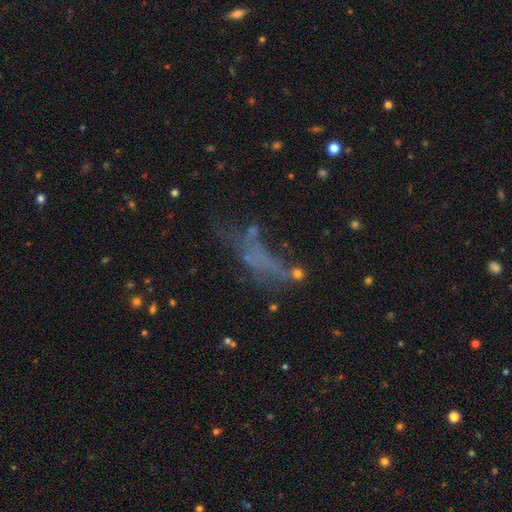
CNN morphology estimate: The model was most divided on "smooth or featured": smooth: 37%, featured or disk: 35%, star or artifact: 28%. Remaining: merging — none (40%).